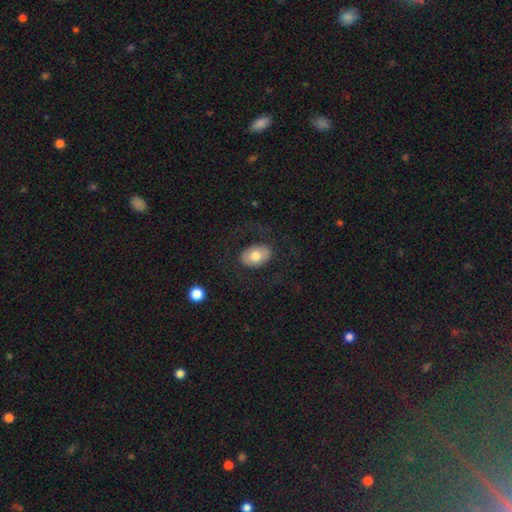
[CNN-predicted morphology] smooth_or_featured: smooth (p=0.69) [alt: featured or disk p=0.24]
how_rounded: in between (p=0.83) [alt: round p=0.16]
merging: none (p=0.79) [alt: minor disturbance p=0.11]